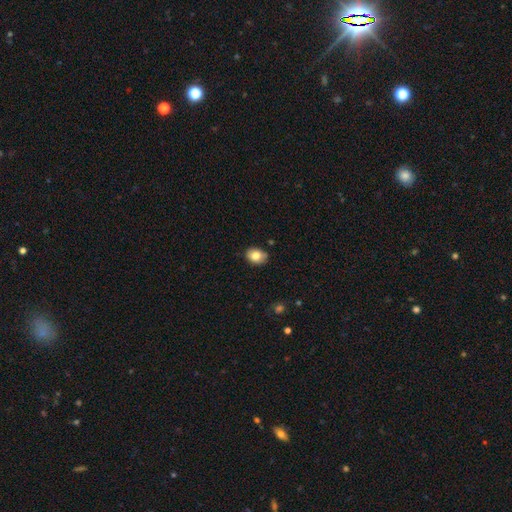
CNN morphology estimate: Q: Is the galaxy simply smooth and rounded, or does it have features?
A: smooth — 81%.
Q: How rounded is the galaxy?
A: in between — 64%.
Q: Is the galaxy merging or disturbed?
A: none — 82%.